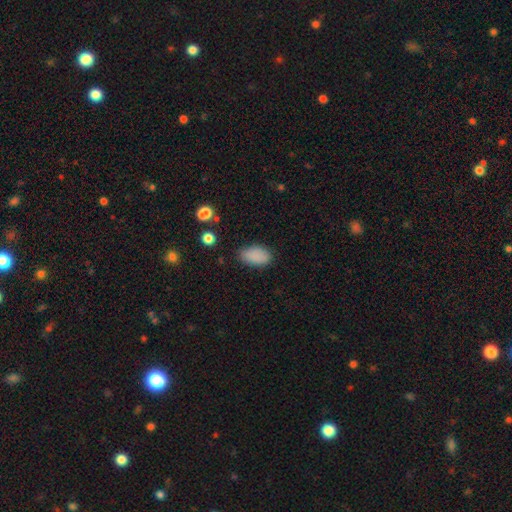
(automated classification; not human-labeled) A smooth galaxy with no disk features (87%) that is in between round and cigar-shaped (93%). Merging: none (79%).